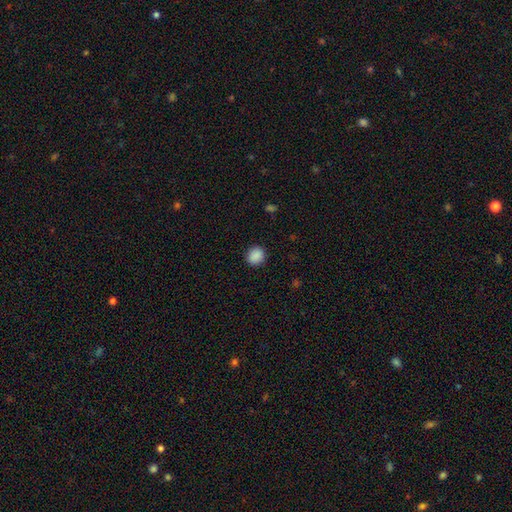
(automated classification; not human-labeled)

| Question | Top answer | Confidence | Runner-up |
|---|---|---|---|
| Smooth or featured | smooth | 88% | star or artifact (9%) |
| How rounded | round | 78% | in between (21%) |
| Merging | none | 89% | minor disturbance (7%) |